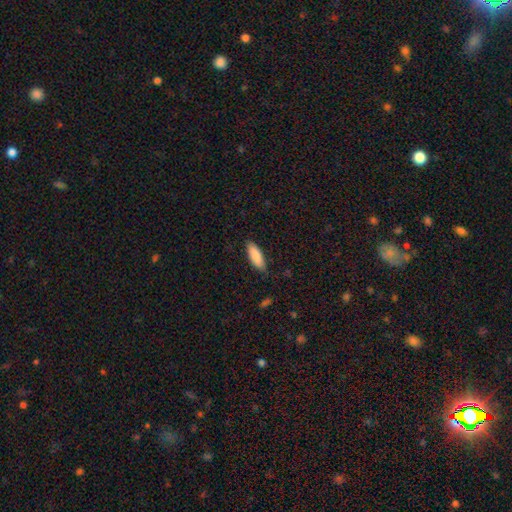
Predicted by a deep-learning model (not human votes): smooth-or-featured: smooth: 87% | featured or disk: 8% | star or artifact: 6%
  how-rounded: in between: 59% | cigar-shaped: 39% | round: 1%
  merging: none: 84% | minor disturbance: 12% | major disturbance: 2% | merger: 1%